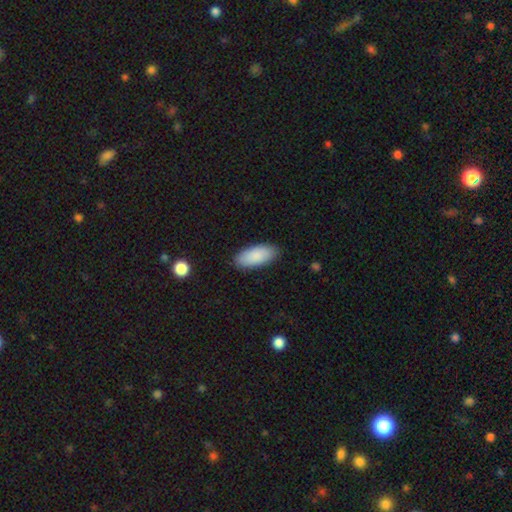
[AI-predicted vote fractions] Morphology: type=smooth (88%); roundness=in between (89%); merging=none (88%).